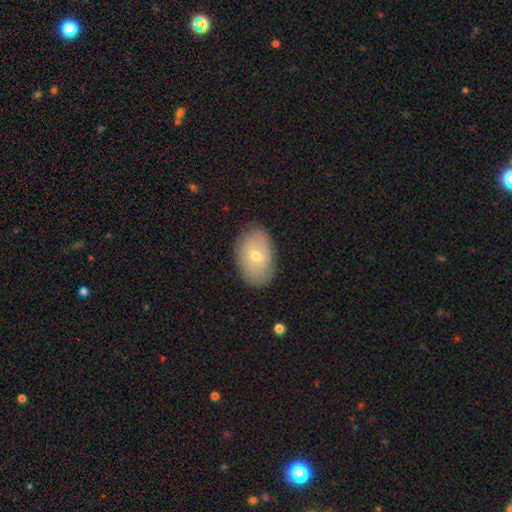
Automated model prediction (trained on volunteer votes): Overall: smooth (61%; featured or disk 32%). How rounded: in between (88%). Merging: none (84%).